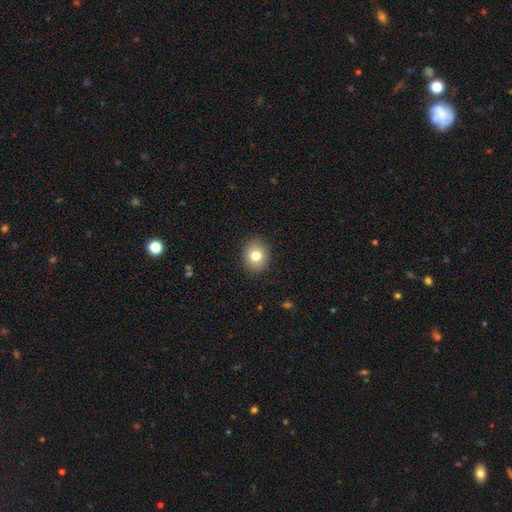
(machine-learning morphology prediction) Overall: smooth (80%). How rounded: round (66%; in between 33%). Merging: none (89%).